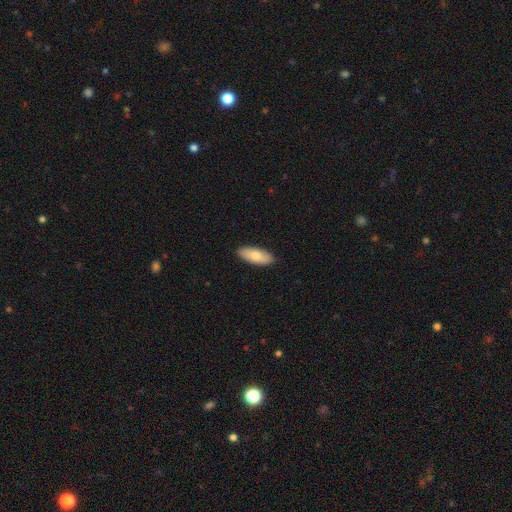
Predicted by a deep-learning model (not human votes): Smooth or featured? Predicted: smooth (p=0.77). How rounded? Predicted: in between (p=0.79). Merging? Predicted: none (p=0.89).